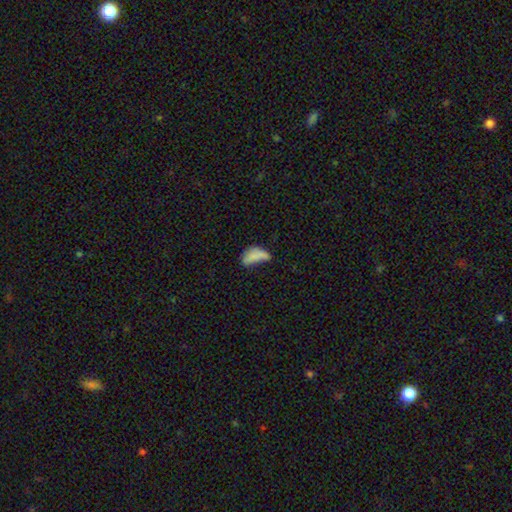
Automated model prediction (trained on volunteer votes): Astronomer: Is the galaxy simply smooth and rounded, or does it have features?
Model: smooth — 71%.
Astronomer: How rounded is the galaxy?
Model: in between — 87%.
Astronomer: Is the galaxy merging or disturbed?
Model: major disturbance — 38% (runner-up: minor disturbance, 29%).